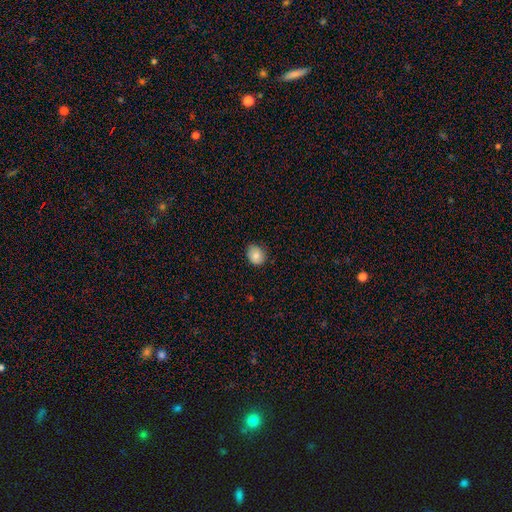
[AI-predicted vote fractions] Smooth or featured? Predicted: smooth (p=0.81). How rounded? Predicted: round (p=0.63). Merging? Predicted: none (p=0.80).